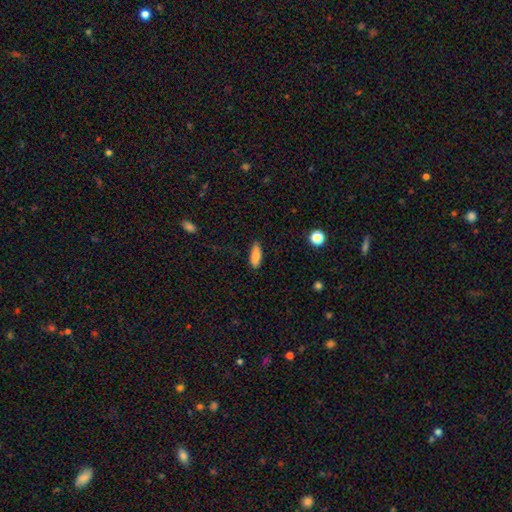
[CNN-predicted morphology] Smooth or featured?
  - smooth: 77% *
  - featured or disk: 16%
  - star or artifact: 7%
How rounded?
  - in between: 66% *
  - cigar-shaped: 31%
  - round: 3%
Merging?
  - none: 87% *
  - minor disturbance: 10%
  - major disturbance: 2%
  - merger: 1%